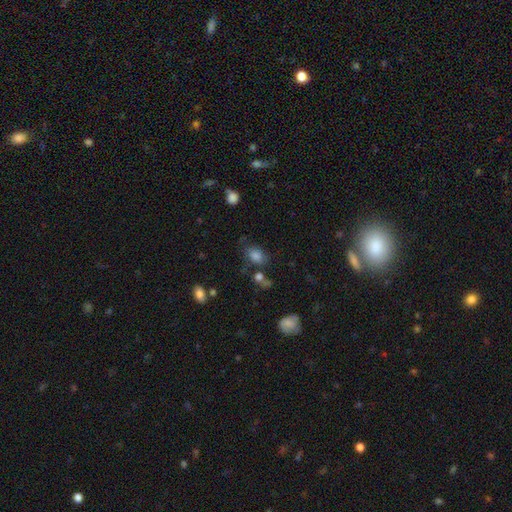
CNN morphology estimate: type=smooth (76%); roundness=in between (73%); merging=none (57%).